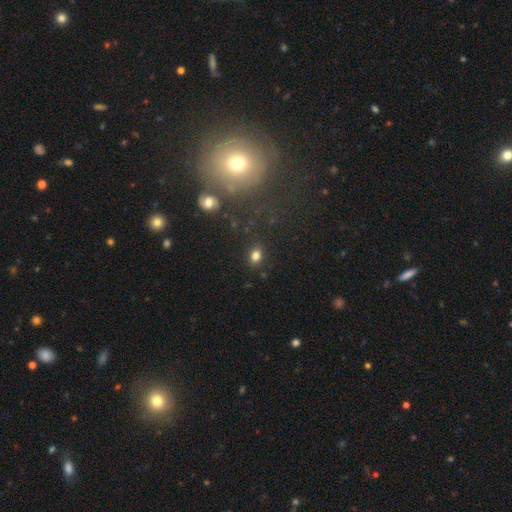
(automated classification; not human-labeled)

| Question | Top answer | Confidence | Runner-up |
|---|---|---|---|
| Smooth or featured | smooth | 79% | star or artifact (13%) |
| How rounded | in between | 58% | round (40%) |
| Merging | none | 85% | minor disturbance (10%) |